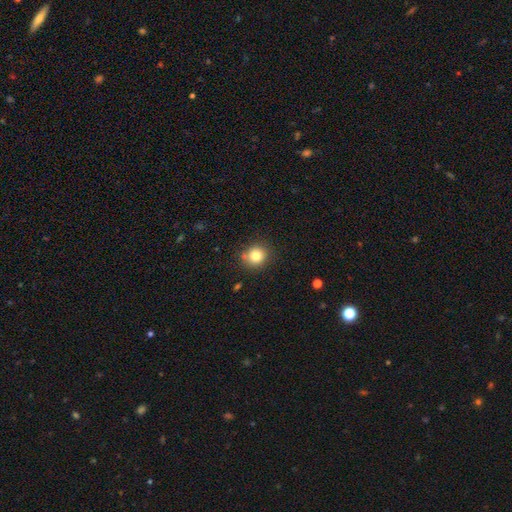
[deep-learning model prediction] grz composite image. It shows a smooth galaxy with no disk features (81%) that is round (87%). Merging: none (83%).